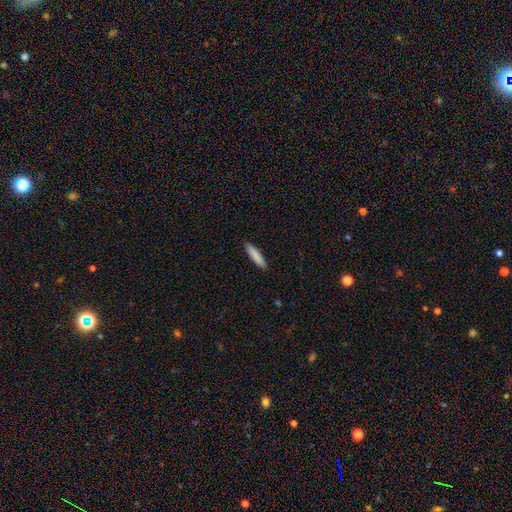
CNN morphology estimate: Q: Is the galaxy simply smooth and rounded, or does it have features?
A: smooth — 86%.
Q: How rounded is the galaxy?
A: cigar-shaped — 83%.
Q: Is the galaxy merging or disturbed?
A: none — 90%.